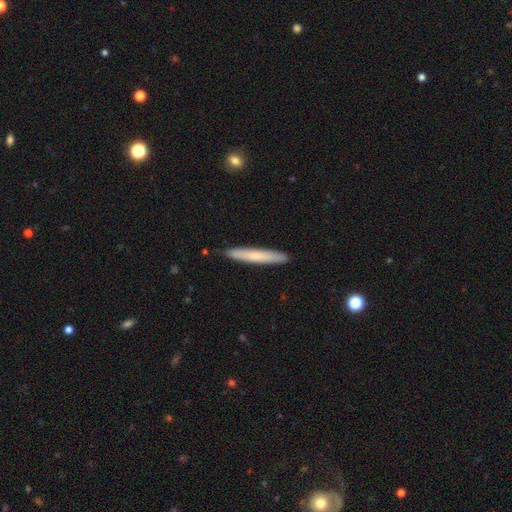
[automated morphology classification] Smooth or featured? Predicted: smooth (p=0.68). How rounded? Predicted: cigar-shaped (p=0.95). Merging? Predicted: none (p=0.90).